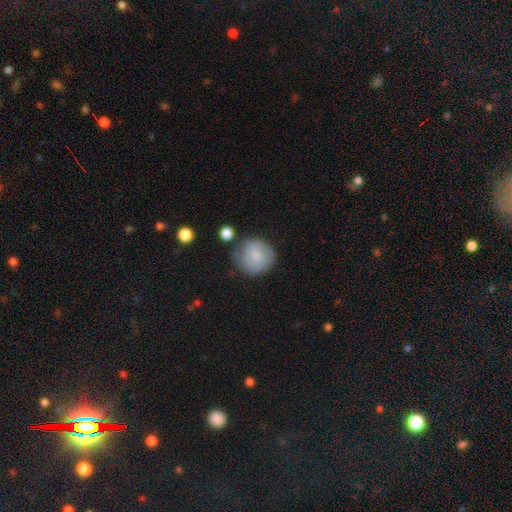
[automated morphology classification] smooth_or_featured: smooth (p=0.76) [alt: featured or disk p=0.18]
how_rounded: round (p=0.90) [alt: in between p=0.09]
merging: none (p=0.68) [alt: minor disturbance p=0.20]